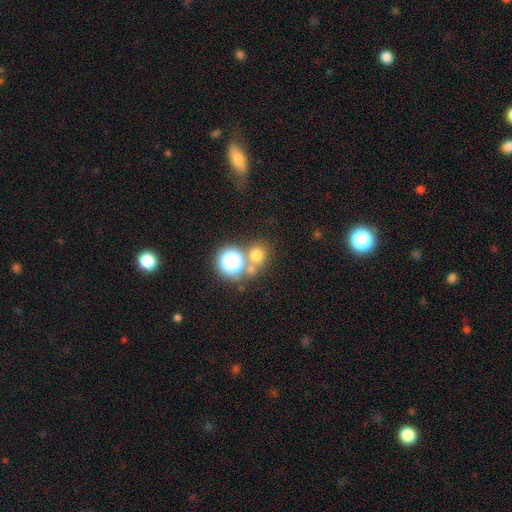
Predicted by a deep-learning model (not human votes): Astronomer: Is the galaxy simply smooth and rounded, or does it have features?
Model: smooth — 65%.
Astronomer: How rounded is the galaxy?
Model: round — 84%.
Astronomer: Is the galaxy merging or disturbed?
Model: none — 61%.